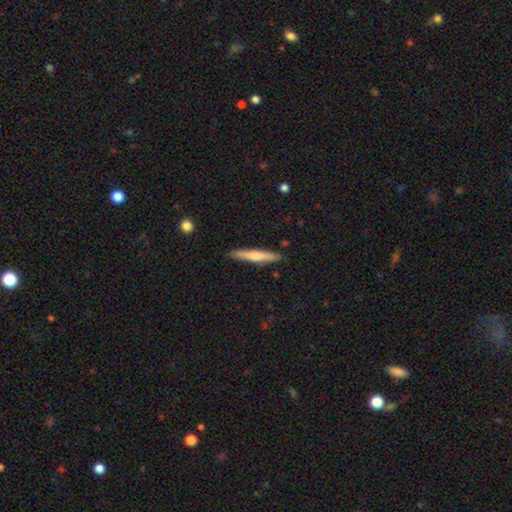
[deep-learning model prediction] smooth-or-featured: smooth: 60% | featured or disk: 34% | star or artifact: 5%
  how-rounded: cigar-shaped: 93% | in between: 5% | round: 1%
  merging: none: 89% | minor disturbance: 8% | major disturbance: 2% | merger: 1%